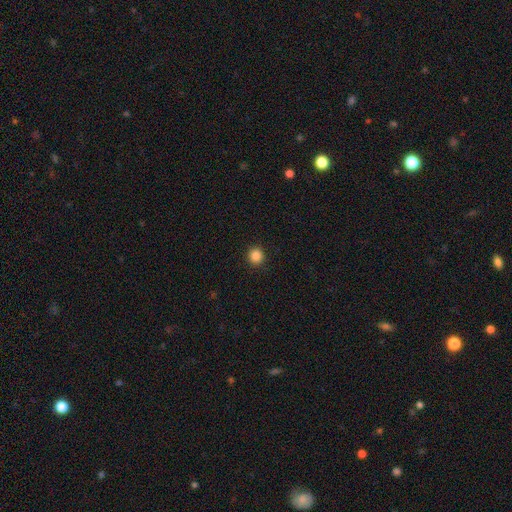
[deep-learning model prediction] A smooth galaxy with no disk features (86%) that is round (94%). Merging: none (93%).